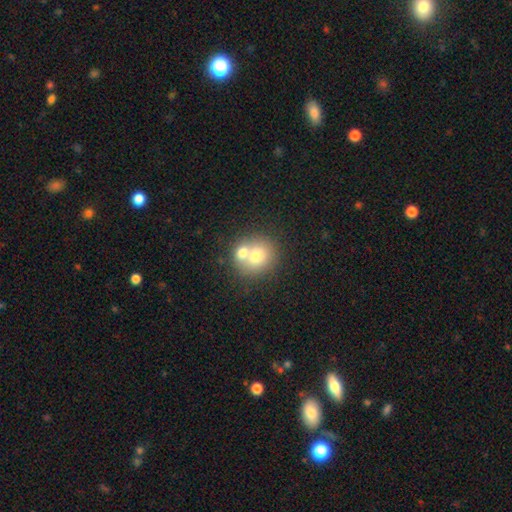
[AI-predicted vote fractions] The model was most divided on "merging": merger: 55%, none: 36%, minor disturbance: 6%, major disturbance: 3%. More confident: how rounded — round (79%); smooth or featured — smooth (69%).